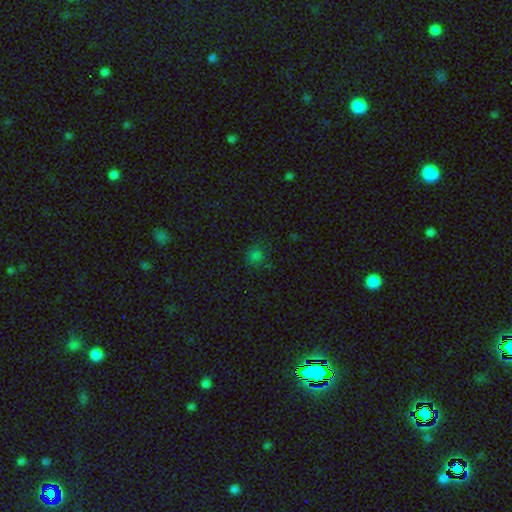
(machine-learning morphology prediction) Smooth or featured?
  - smooth: 71% *
  - star or artifact: 24%
  - featured or disk: 5%
How rounded?
  - round: 81% *
  - in between: 18%
  - cigar-shaped: 1%
Merging?
  - none: 74% *
  - minor disturbance: 17%
  - major disturbance: 6%
  - merger: 3%